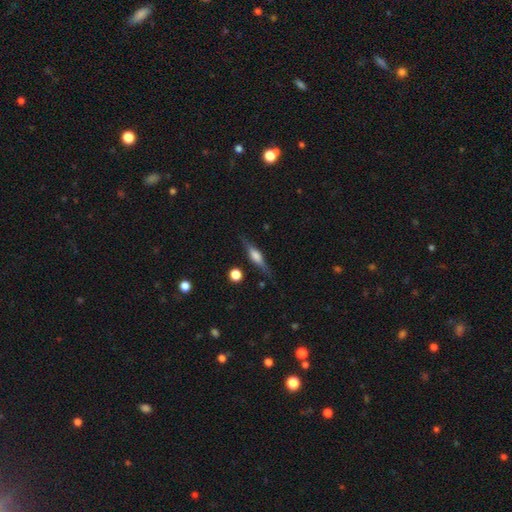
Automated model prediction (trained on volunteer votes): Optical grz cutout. It shows a featured or disk galaxy (62%) viewed edge-on (96%) with a rounded central bulge (70%). Merging: none (83%).